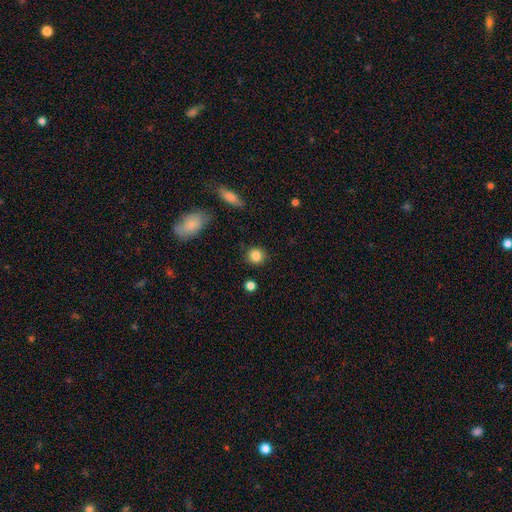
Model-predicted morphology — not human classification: smooth_or_featured: smooth (p=0.85) [alt: star or artifact p=0.10]
how_rounded: round (p=0.87) [alt: in between p=0.12]
merging: none (p=0.87) [alt: minor disturbance p=0.09]